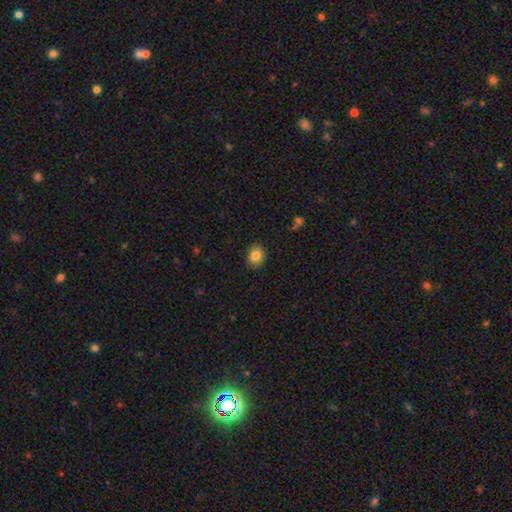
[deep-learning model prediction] Smooth or featured? Predicted: smooth (p=0.84). How rounded? Predicted: round (p=0.53). Merging? Predicted: none (p=0.87).